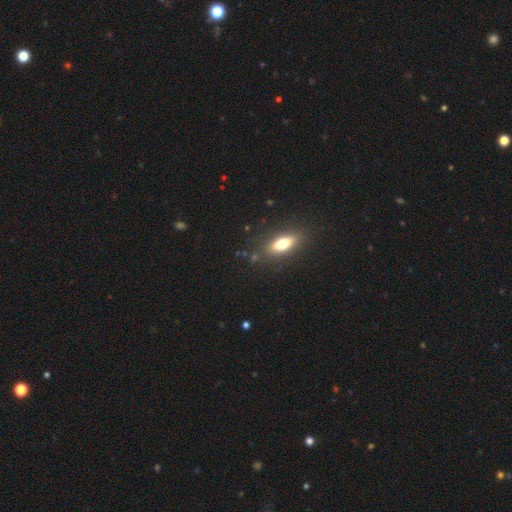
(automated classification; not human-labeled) Smooth or featured?
  - smooth: 47% *
  - star or artifact: 28%
  - featured or disk: 26%
Merging?
  - none: 77% *
  - minor disturbance: 12%
  - major disturbance: 6%
  - merger: 6%